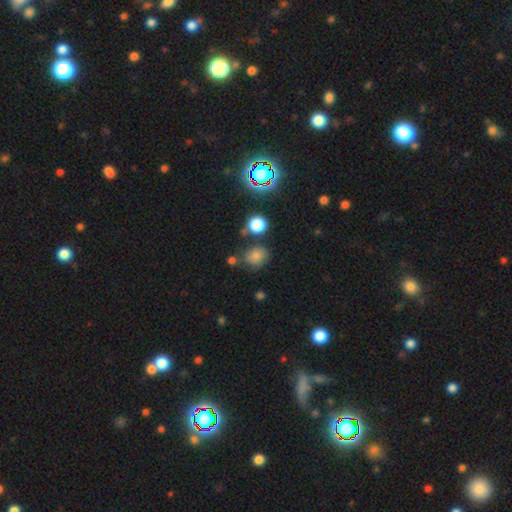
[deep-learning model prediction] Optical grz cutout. It shows a smooth galaxy with no disk features (71%) that is round (63%). Merging: none (69%).